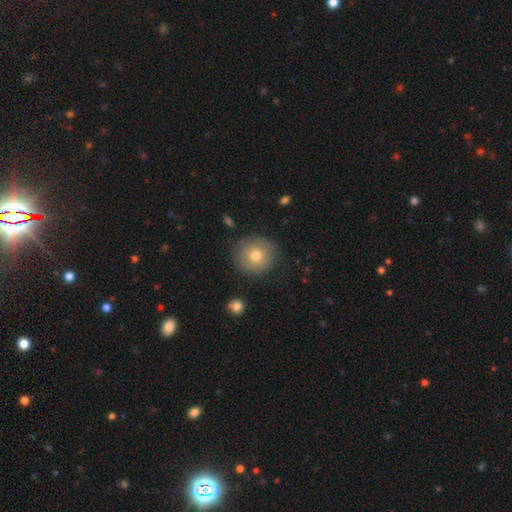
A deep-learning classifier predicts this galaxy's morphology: Smooth or featured: smooth — 71% (featured or disk — 20%)
How rounded: round — 93% (in between — 6%)
Merging: none — 86% (minor disturbance — 10%)